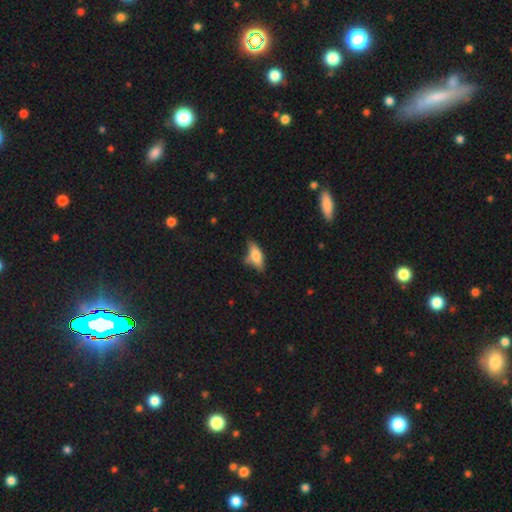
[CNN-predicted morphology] This appears to be a smooth galaxy with no disk features (65%) that is in between round and cigar-shaped (72%). Merging: none (52%).